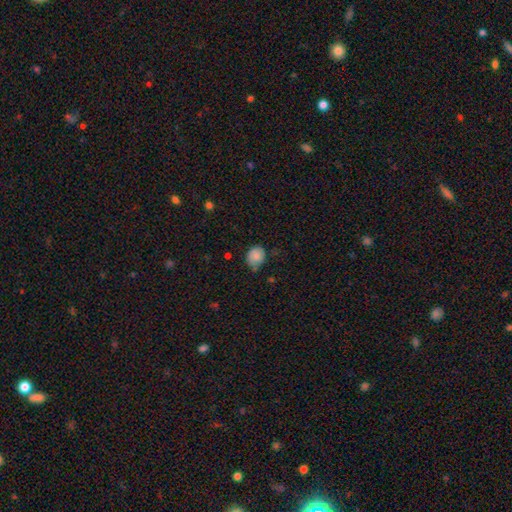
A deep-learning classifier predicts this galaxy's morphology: type=smooth (85%); roundness=round (59%); merging=none (58%).